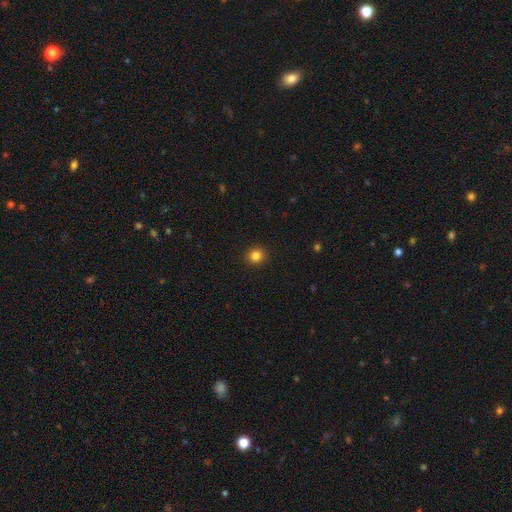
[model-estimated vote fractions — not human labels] smooth_or_featured: smooth (p=0.84) [alt: star or artifact p=0.12]
how_rounded: round (p=0.92) [alt: in between p=0.07]
merging: none (p=0.92) [alt: minor disturbance p=0.05]